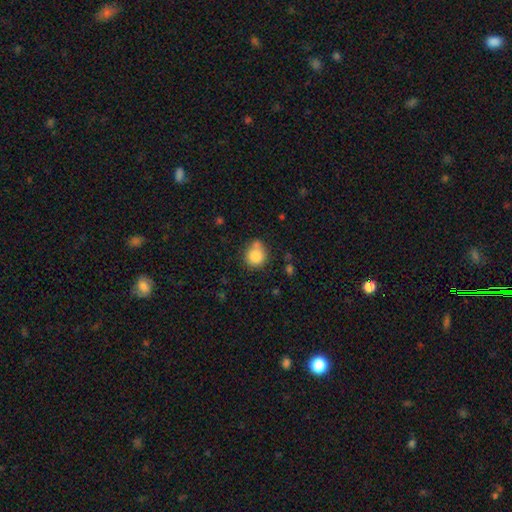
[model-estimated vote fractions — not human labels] Smooth or featured?
  - smooth: 84% *
  - star or artifact: 10%
  - featured or disk: 6%
How rounded?
  - round: 85% *
  - in between: 14%
  - cigar-shaped: 1%
Merging?
  - none: 61% *
  - minor disturbance: 19%
  - merger: 15%
  - major disturbance: 6%